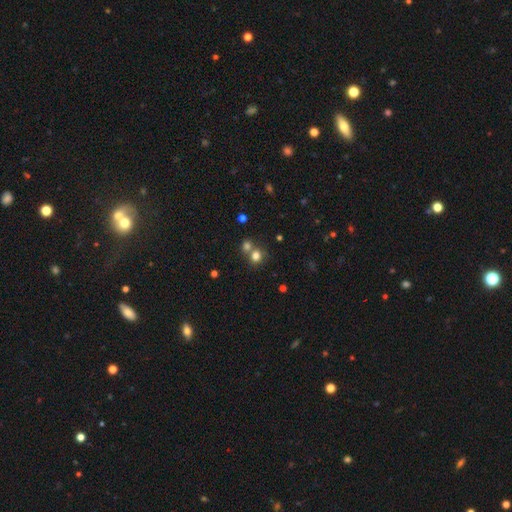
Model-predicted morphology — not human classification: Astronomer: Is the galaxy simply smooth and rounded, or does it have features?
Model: smooth — 77%.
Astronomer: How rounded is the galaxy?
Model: round — 78%.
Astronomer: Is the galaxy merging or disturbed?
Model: none — 48% (runner-up: merger, 40%).